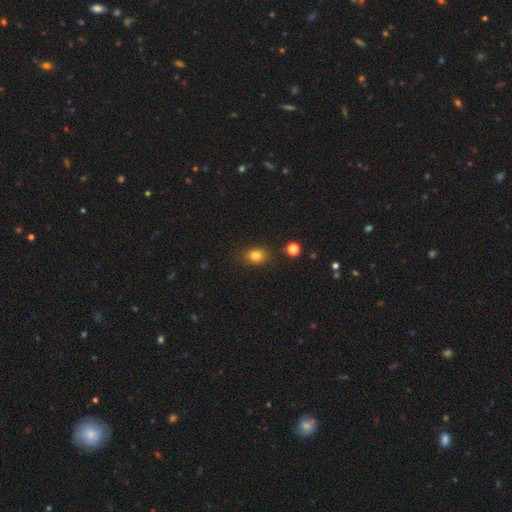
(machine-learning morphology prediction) smooth_or_featured: smooth (p=0.82) [alt: star or artifact p=0.12]
how_rounded: in between (p=0.55) [alt: round p=0.44]
merging: none (p=0.83) [alt: minor disturbance p=0.11]